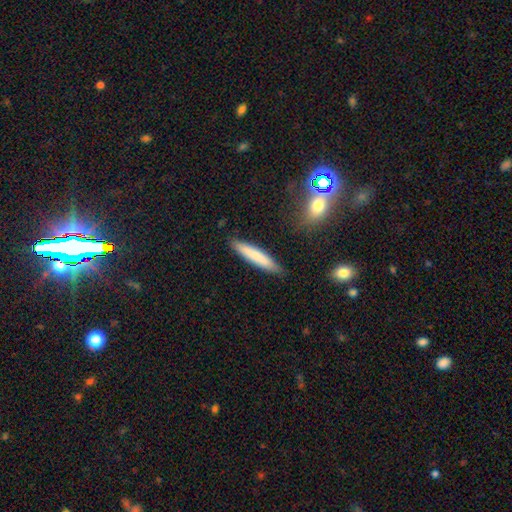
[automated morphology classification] The model was most divided on "smooth or featured": smooth: 77%, featured or disk: 17%, star or artifact: 6%. More confident: how rounded — cigar-shaped (90%); merging — none (87%).